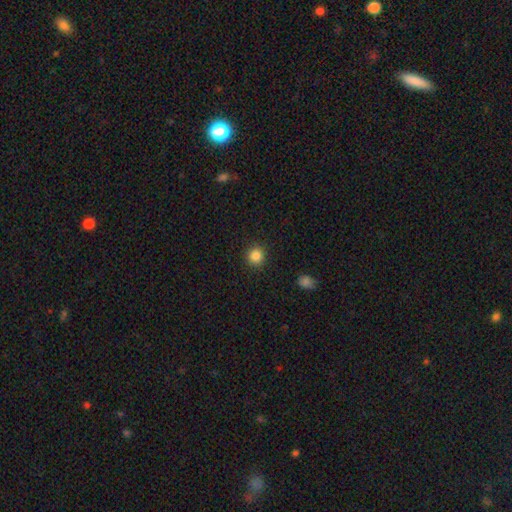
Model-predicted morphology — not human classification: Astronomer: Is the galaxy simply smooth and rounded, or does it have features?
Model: smooth — 86%.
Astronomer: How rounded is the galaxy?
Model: round — 91%.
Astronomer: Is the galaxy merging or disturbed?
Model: none — 91%.